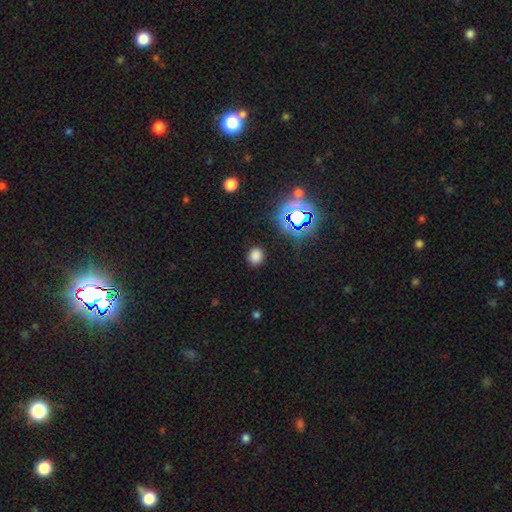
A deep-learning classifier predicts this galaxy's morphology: smooth_or_featured: smooth (p=0.75) [alt: star or artifact p=0.20]
how_rounded: round (p=0.79) [alt: in between p=0.20]
merging: none (p=0.88) [alt: minor disturbance p=0.08]